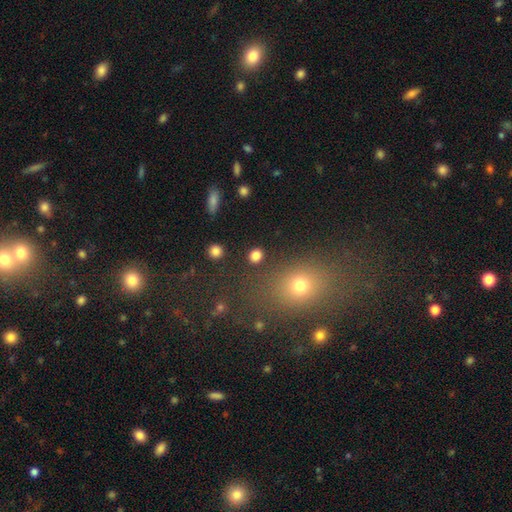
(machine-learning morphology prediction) This appears to be a smooth galaxy with no disk features (82%) that is round (74%). Merging: none (88%).